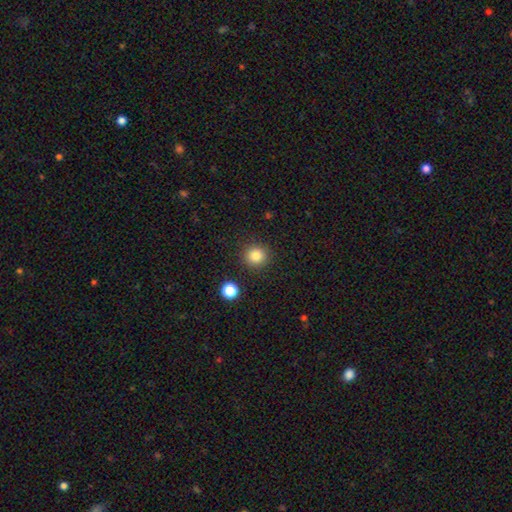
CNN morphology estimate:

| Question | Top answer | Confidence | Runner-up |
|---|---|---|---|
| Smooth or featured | smooth | 83% | star or artifact (11%) |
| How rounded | round | 92% | in between (7%) |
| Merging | none | 90% | minor disturbance (6%) |